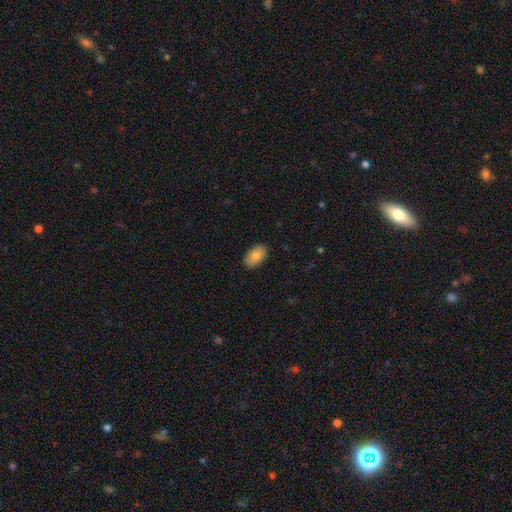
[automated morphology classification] A smooth galaxy with no disk features (84%) that is in between round and cigar-shaped (93%).

Vote fractions:
- Smooth or featured? smooth: 84% / featured or disk: 10% / star or artifact: 7%
- How rounded? in between: 93% / round: 5% / cigar-shaped: 1%
- Merging? none: 88% / minor disturbance: 9% / major disturbance: 2% / merger: 1%